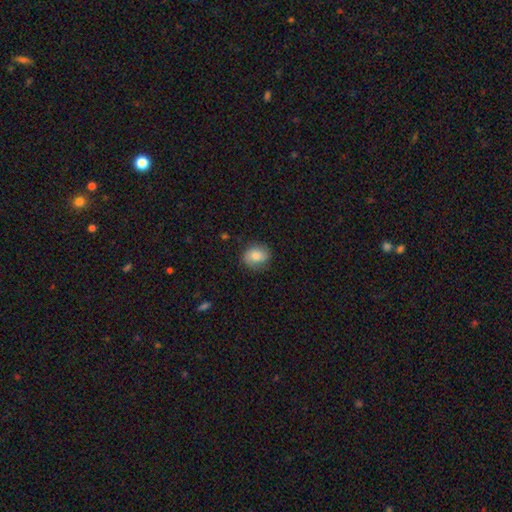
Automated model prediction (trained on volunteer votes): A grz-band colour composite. It shows a smooth galaxy with no disk features (77%) that is round (52%). Merging: none (79%).